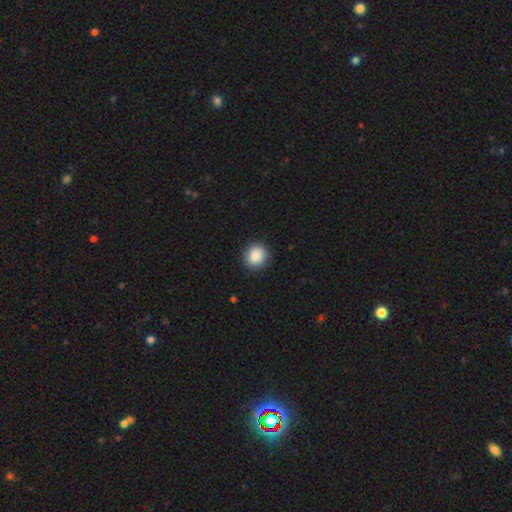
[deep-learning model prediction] smooth_or_featured: smooth (p=0.88) [alt: star or artifact p=0.08]
how_rounded: round (p=0.84) [alt: in between p=0.15]
merging: none (p=0.91) [alt: minor disturbance p=0.06]